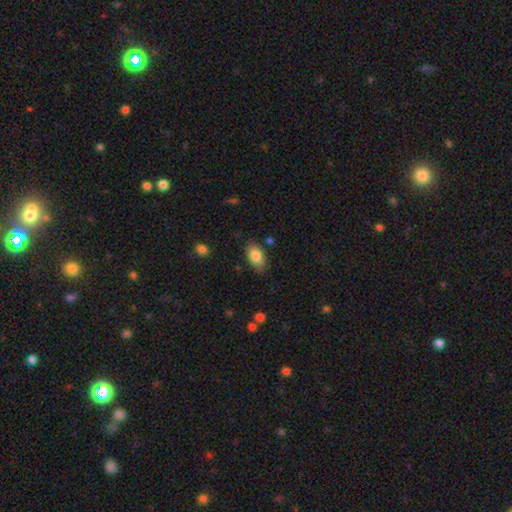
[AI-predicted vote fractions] The model was most divided on "merging": none: 81%, minor disturbance: 15%, major disturbance: 3%, merger: 2%. More confident: how rounded — in between (92%); smooth or featured — smooth (82%).